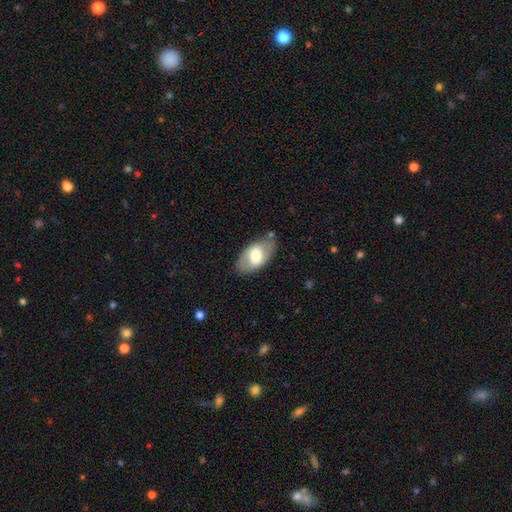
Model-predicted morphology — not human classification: A smooth galaxy with no disk features (55%) that is in between round and cigar-shaped (94%). Merging: none (77%).